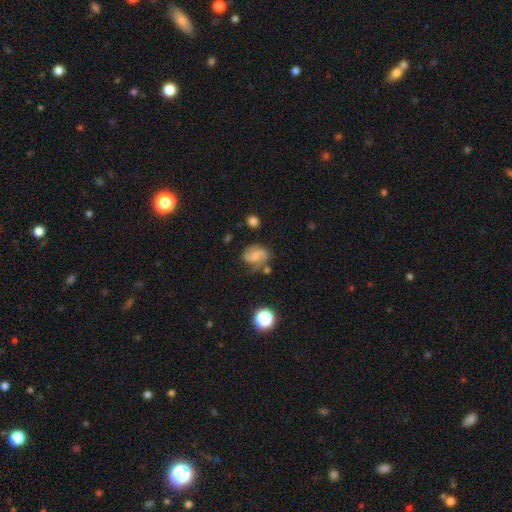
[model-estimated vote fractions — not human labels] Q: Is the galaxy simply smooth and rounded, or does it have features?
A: featured or disk — 64%.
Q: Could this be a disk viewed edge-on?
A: no — 98%.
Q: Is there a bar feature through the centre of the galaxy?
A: no — 44%, tied with weak.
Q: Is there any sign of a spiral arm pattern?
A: yes — 91%.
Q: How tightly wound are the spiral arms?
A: medium — 47%.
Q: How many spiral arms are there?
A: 2 — 77%.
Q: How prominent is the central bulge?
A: small — 39%.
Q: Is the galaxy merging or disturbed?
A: none — 52%.